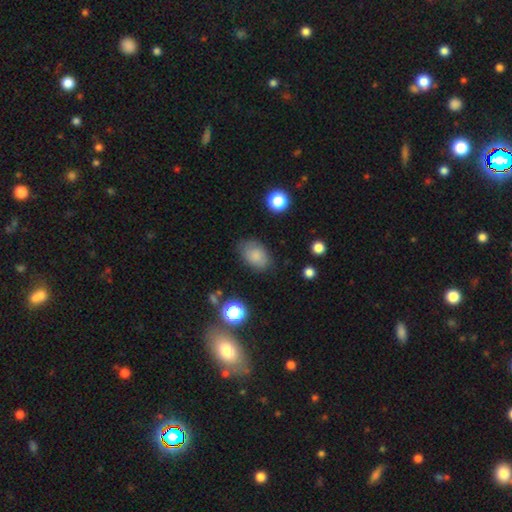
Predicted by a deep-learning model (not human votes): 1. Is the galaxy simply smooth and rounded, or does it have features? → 79% smooth, 11% featured or disk, 10% star or artifact.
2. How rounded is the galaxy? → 84% in between, 15% round, 1% cigar-shaped.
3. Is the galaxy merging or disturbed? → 72% none, 20% minor disturbance, 6% major disturbance, 2% merger.